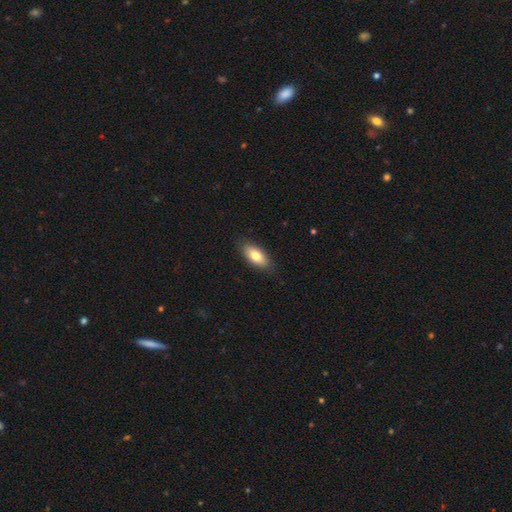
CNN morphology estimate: smooth 79%, featured or disk 15%, star or artifact 6%. Down the decision tree: how rounded — in between (87%); merging — none (86%).